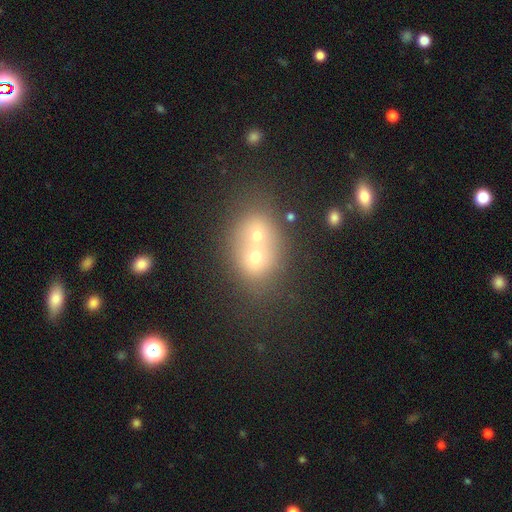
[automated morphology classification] Smooth or featured? smooth (60%)
How rounded? round (58%)
Merging? merger (72%)